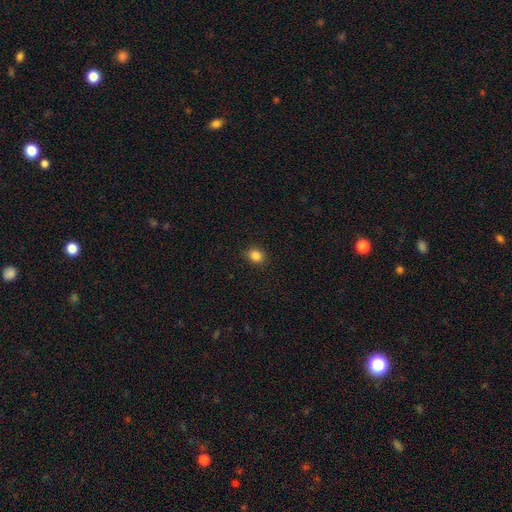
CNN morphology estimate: This appears to be a smooth galaxy with no disk features (85%) that is round (56%). Merging: none (89%).